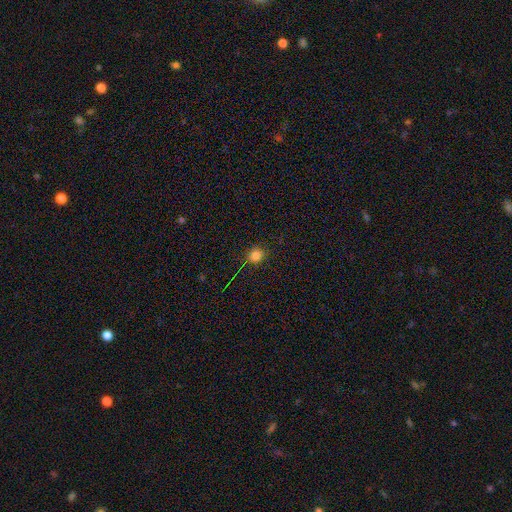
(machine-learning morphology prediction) smooth_or_featured: smooth (p=0.80) [alt: star or artifact p=0.16]
how_rounded: round (p=0.74) [alt: in between p=0.25]
merging: none (p=0.84) [alt: minor disturbance p=0.12]